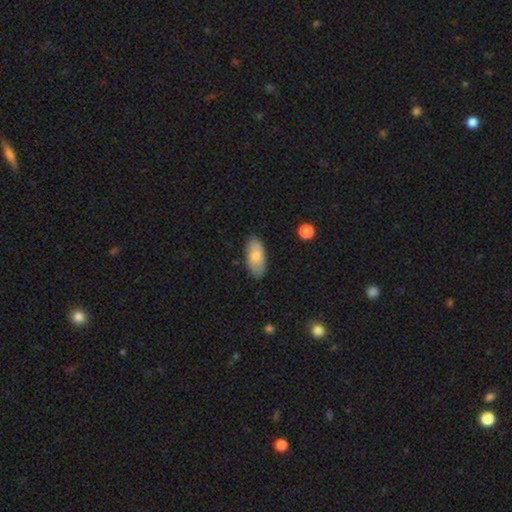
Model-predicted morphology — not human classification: smooth-or-featured: smooth: 78% | featured or disk: 16% | star or artifact: 7%
  how-rounded: in between: 89% | cigar-shaped: 8% | round: 3%
  merging: none: 85% | minor disturbance: 11% | major disturbance: 2% | merger: 1%